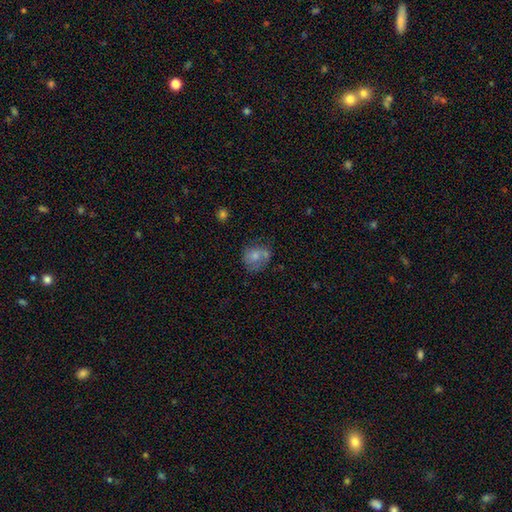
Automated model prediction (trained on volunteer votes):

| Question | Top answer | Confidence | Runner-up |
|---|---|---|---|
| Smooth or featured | smooth | 64% | featured or disk (27%) |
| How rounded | round | 64% | in between (35%) |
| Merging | none | 47% | minor disturbance (25%) |